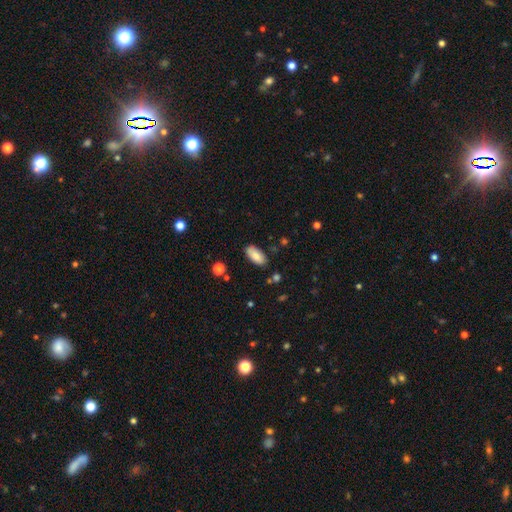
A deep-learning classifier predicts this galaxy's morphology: Smooth or featured? Predicted: smooth (p=0.83). How rounded? Predicted: in between (p=0.92). Merging? Predicted: none (p=0.84).